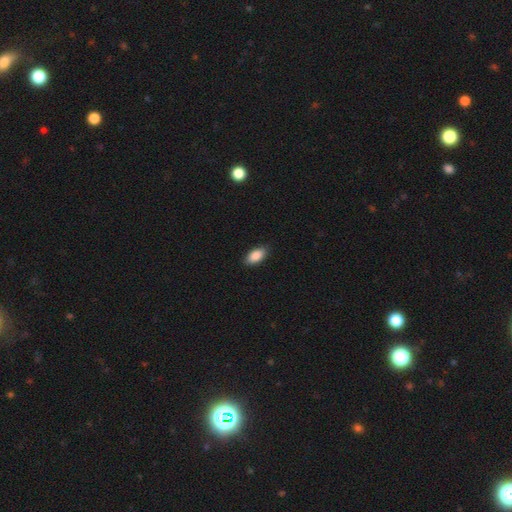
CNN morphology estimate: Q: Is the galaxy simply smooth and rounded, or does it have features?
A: smooth — 89%.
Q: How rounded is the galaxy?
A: in between — 92%.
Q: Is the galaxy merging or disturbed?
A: none — 88%.